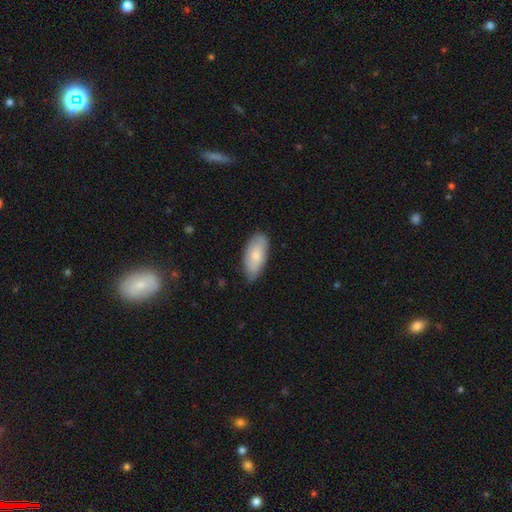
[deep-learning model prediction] Smooth or featured? Predicted: smooth (p=0.74). How rounded? Predicted: in between (p=0.91). Merging? Predicted: none (p=0.73).